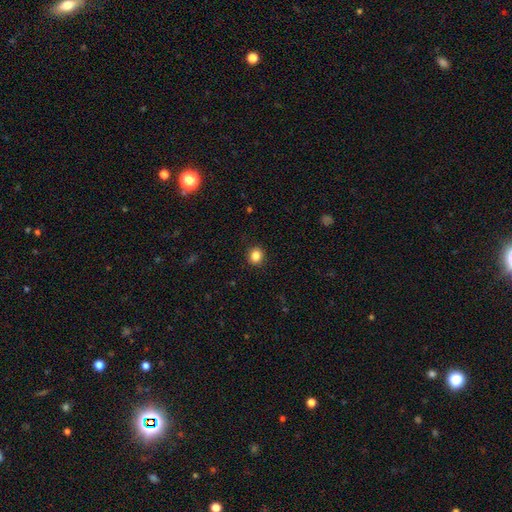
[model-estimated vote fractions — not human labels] Morphology: type=smooth (85%); roundness=round (81%); merging=none (90%).